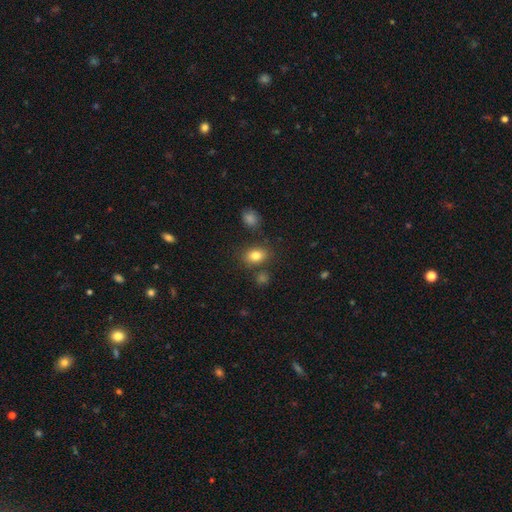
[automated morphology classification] Q: Smooth or featured?
A: smooth (82%); runner-up: star or artifact (10%)
Q: How rounded?
A: in between (71%); runner-up: round (27%)
Q: Merging?
A: none (76%); runner-up: minor disturbance (12%)